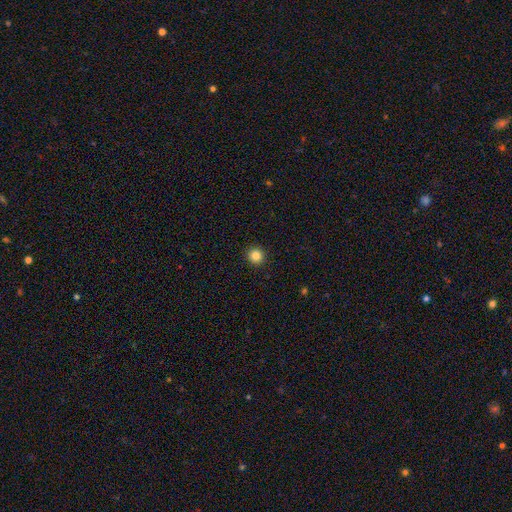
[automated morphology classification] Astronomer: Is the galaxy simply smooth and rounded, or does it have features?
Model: smooth — 85%.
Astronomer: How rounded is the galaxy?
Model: round — 94%.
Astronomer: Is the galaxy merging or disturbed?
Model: none — 93%.